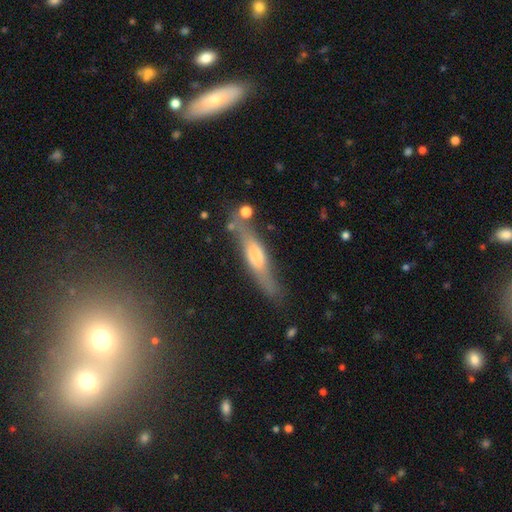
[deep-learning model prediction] Smooth or featured?
  - featured or disk: 54% *
  - smooth: 38%
  - star or artifact: 8%
Edge-on disk?
  - yes: 85% *
  - no: 15%
Merging?
  - none: 68% *
  - minor disturbance: 18%
  - major disturbance: 7%
  - merger: 6%